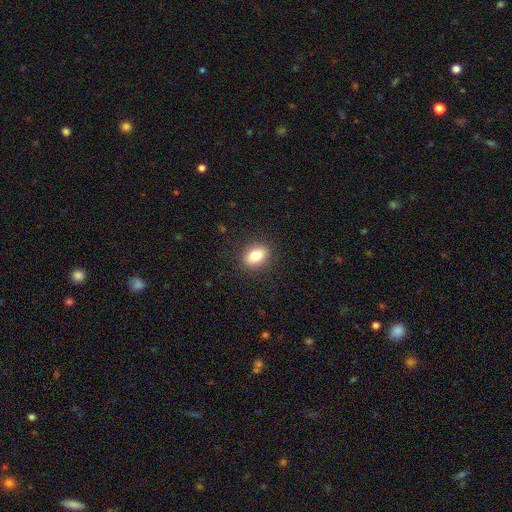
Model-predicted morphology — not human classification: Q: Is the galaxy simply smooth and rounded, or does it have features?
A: smooth — 82%.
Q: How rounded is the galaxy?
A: in between — 72%.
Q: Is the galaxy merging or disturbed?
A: none — 88%.